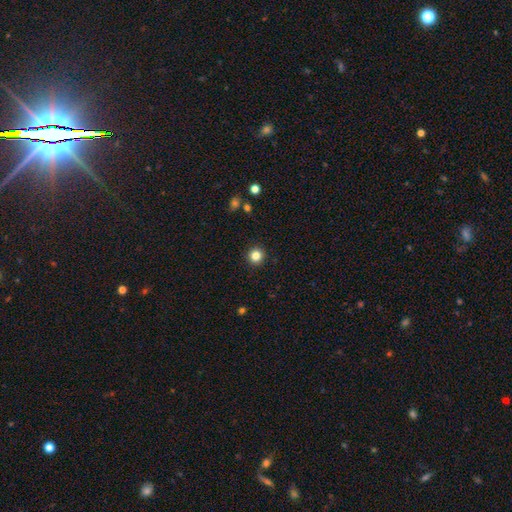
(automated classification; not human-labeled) A smooth galaxy with no disk features (83%) that is round (94%).

Vote fractions:
- Smooth or featured? smooth: 83% / star or artifact: 12% / featured or disk: 5%
- How rounded? round: 94% / in between: 5% / cigar-shaped: 1%
- Merging? none: 93% / minor disturbance: 5% / major disturbance: 2% / merger: 1%